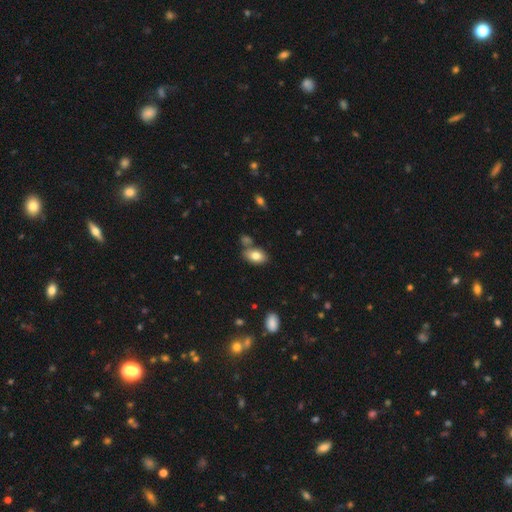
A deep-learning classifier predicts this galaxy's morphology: This appears to be a smooth galaxy with no disk features (80%) that is in between round and cigar-shaped (91%). Merging: none (69%).